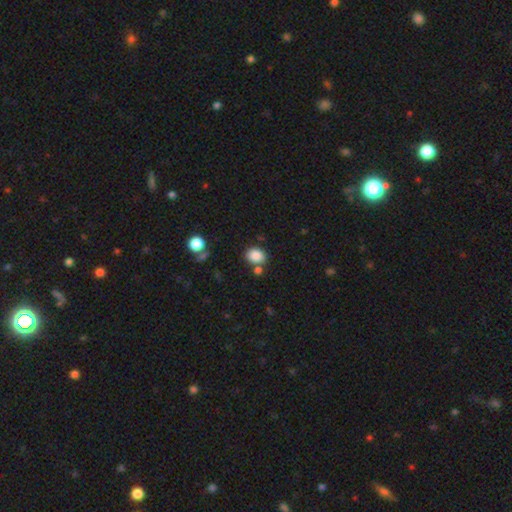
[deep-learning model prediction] A smooth galaxy with no disk features (86%) that is in between round and cigar-shaped (51%). Merging: none (72%).